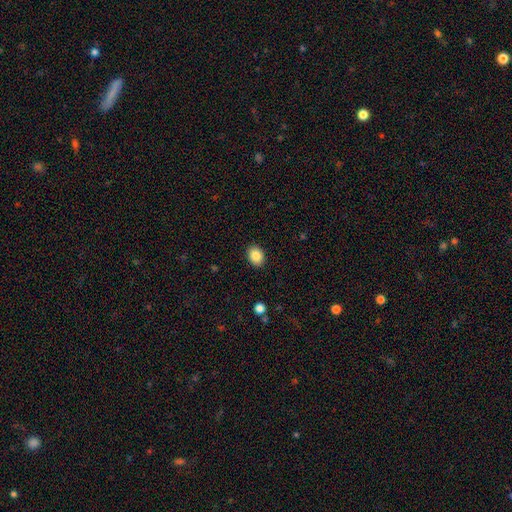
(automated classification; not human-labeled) A smooth galaxy with no disk features (87%) that is in between round and cigar-shaped (64%).

Vote fractions:
- Smooth or featured? smooth: 87% / star or artifact: 8% / featured or disk: 4%
- How rounded? in between: 64% / round: 35% / cigar-shaped: 1%
- Merging? none: 90% / minor disturbance: 7% / major disturbance: 2% / merger: 1%